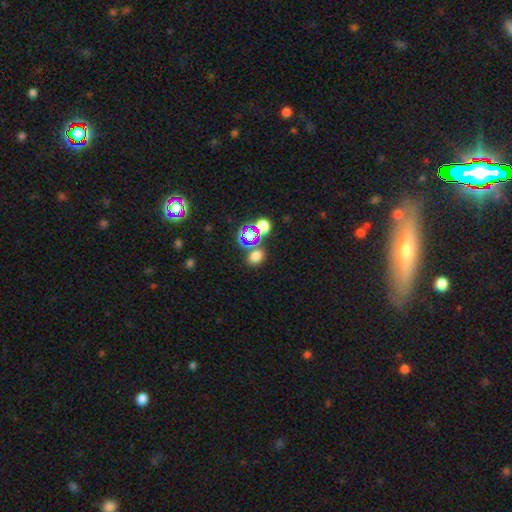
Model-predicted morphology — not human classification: smooth 65%, star or artifact 27%, featured or disk 7%. Down the decision tree: how rounded — round (56%); merging — none (65%).